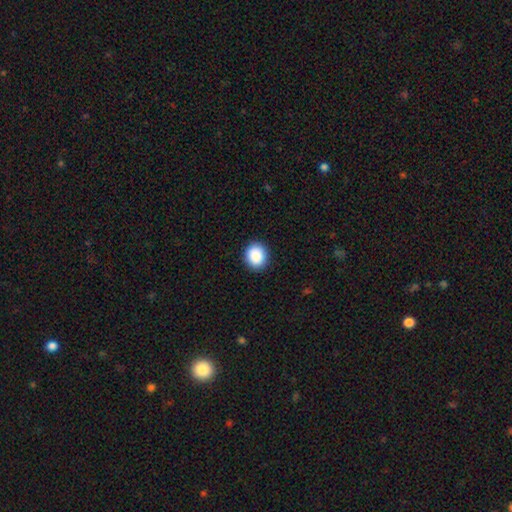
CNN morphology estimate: smooth-or-featured: smooth: 89% | star or artifact: 8% | featured or disk: 3%
  how-rounded: round: 75% | in between: 24% | cigar-shaped: 1%
  merging: none: 91% | minor disturbance: 6% | major disturbance: 2% | merger: 1%